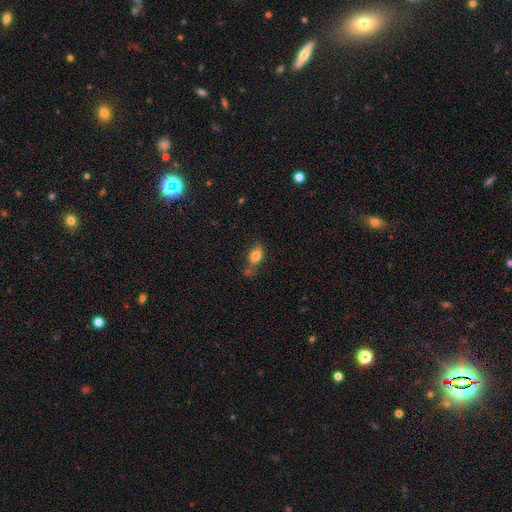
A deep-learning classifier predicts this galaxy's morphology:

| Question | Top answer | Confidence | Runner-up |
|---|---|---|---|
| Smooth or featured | smooth | 76% | featured or disk (14%) |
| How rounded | in between | 82% | round (11%) |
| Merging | none | 44% | minor disturbance (25%) |